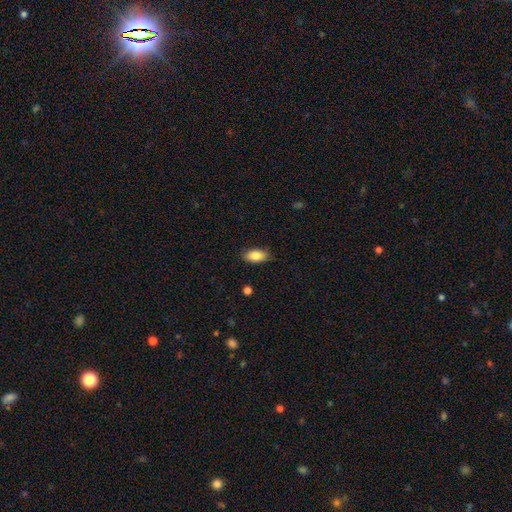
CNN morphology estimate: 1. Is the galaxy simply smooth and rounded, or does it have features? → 85% smooth, 8% featured or disk, 7% star or artifact.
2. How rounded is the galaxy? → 89% in between, 8% cigar-shaped, 3% round.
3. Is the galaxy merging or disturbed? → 86% none, 10% minor disturbance, 2% major disturbance, 1% merger.